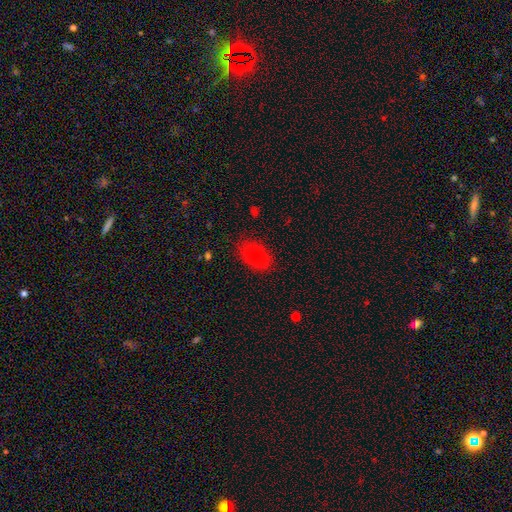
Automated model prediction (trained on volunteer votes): smooth 79%, featured or disk 11%, star or artifact 10%. Down the decision tree: how rounded — in between (85%); merging — none (84%).